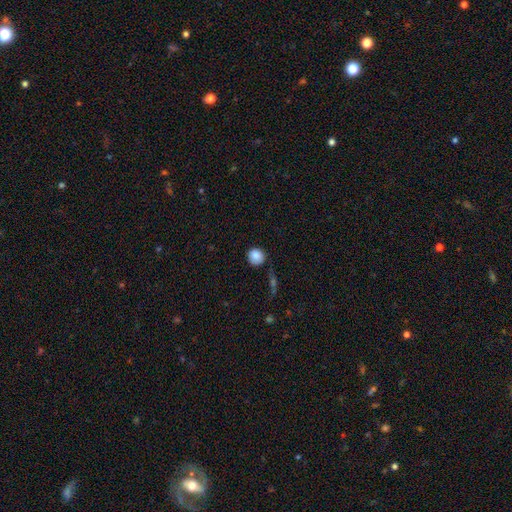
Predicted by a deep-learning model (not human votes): Smooth or featured?
  - smooth: 85% *
  - star or artifact: 9%
  - featured or disk: 6%
How rounded?
  - round: 87% *
  - in between: 11%
  - cigar-shaped: 1%
Merging?
  - none: 75% *
  - minor disturbance: 17%
  - major disturbance: 4%
  - merger: 3%